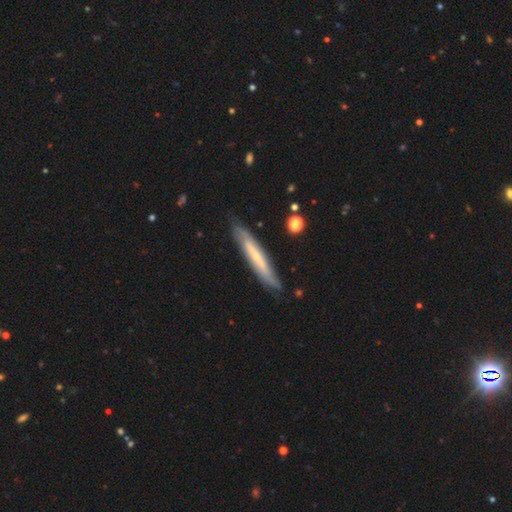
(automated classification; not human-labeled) Overall: featured or disk (57%; smooth 37%). Edge-on disk: yes (76%). Merging: none (82%).